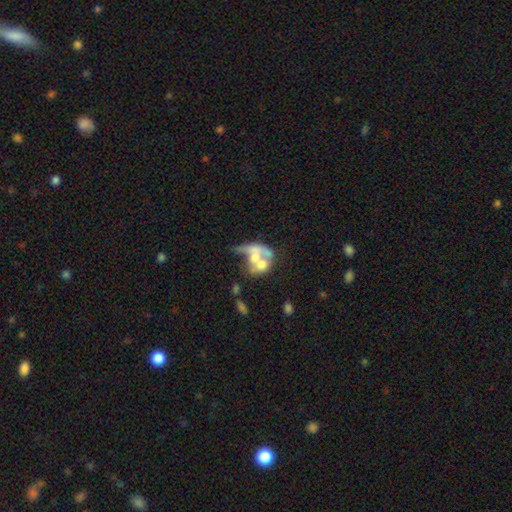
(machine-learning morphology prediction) Smooth or featured? featured or disk (52%)
Edge-on disk? no (97%)
Bar? no (88%)
Spiral arms? no (85%)
Bulge size? moderate (44%)
Merging? merger (60%)